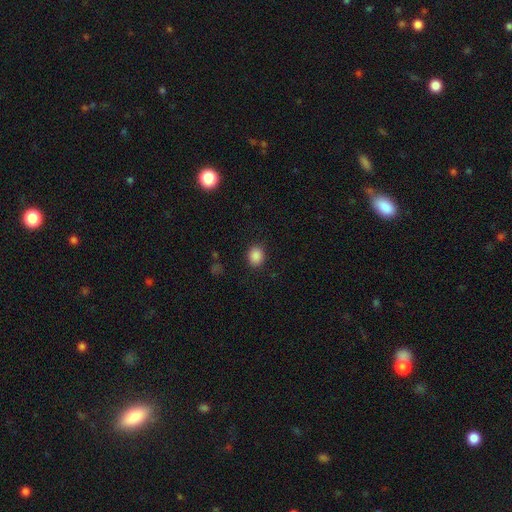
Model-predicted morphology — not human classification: smooth_or_featured: smooth (p=0.87) [alt: star or artifact p=0.10]
how_rounded: round (p=0.58) [alt: in between p=0.41]
merging: none (p=0.88) [alt: minor disturbance p=0.08]